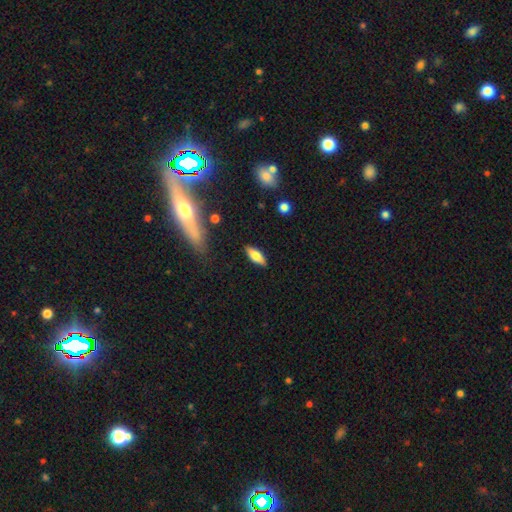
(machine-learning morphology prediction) Smooth or featured? smooth (70%)
How rounded? in between (68%)
Merging? none (87%)